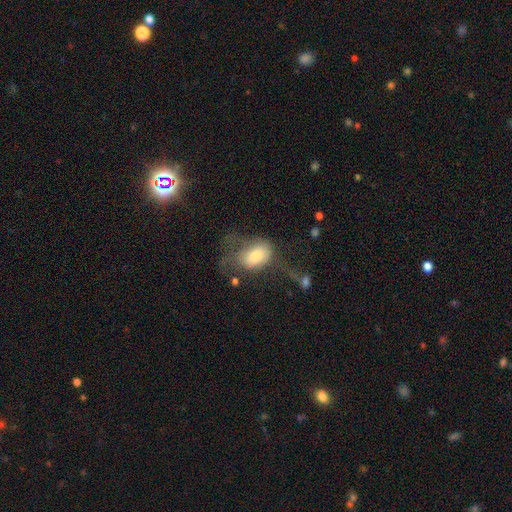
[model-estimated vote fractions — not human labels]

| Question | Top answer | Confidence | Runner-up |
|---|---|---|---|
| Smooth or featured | smooth | 69% | featured or disk (23%) |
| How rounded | in between | 87% | round (12%) |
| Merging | major disturbance | 51% | none (22%) |